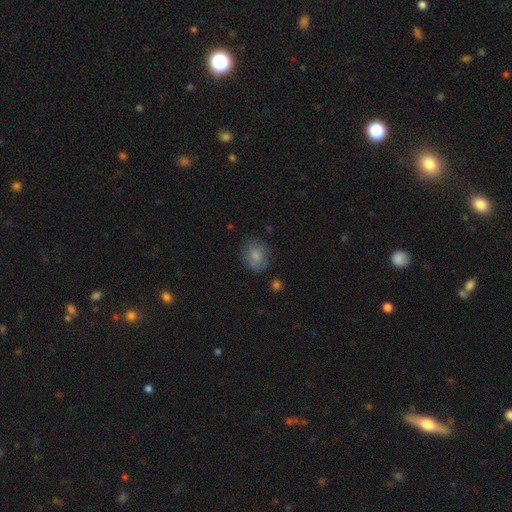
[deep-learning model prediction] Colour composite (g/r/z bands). It shows a smooth galaxy with no disk features (79%) that is in between round and cigar-shaped (50%). Merging: none (73%).